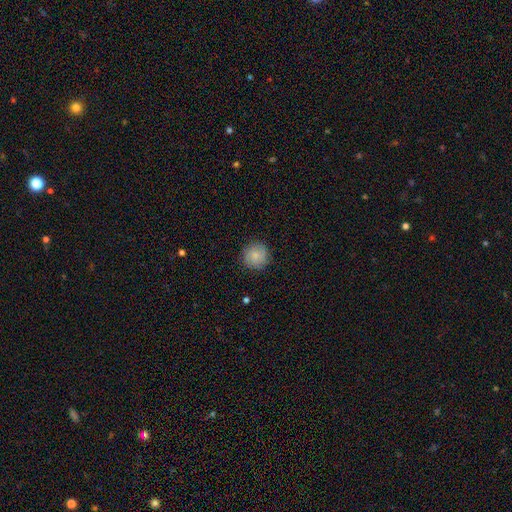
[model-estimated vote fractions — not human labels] smooth-or-featured: smooth: 78% | featured or disk: 15% | star or artifact: 8%
  how-rounded: round: 94% | in between: 5% | cigar-shaped: 1%
  merging: none: 86% | minor disturbance: 10% | major disturbance: 3% | merger: 1%